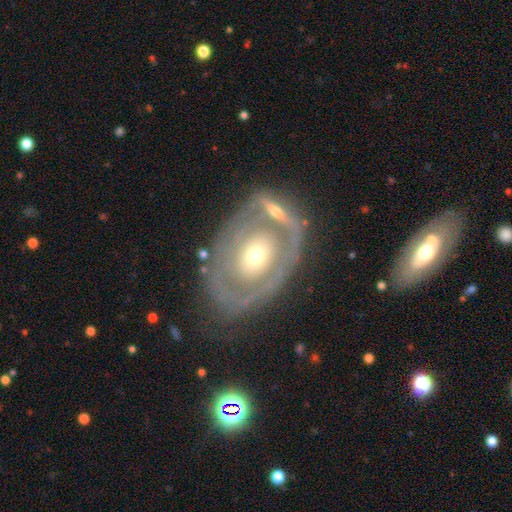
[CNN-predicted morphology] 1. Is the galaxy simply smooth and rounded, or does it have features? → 69% featured or disk, 24% smooth, 6% star or artifact.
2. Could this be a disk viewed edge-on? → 93% no, 7% yes.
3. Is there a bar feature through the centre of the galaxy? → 85% no, 10% weak, 5% strong.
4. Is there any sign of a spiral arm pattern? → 69% no, 31% yes.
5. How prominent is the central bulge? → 53% moderate, 38% small, 6% large, 1% dominant, 1% none.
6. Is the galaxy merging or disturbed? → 58% none, 16% merger, 16% minor disturbance, 9% major disturbance.